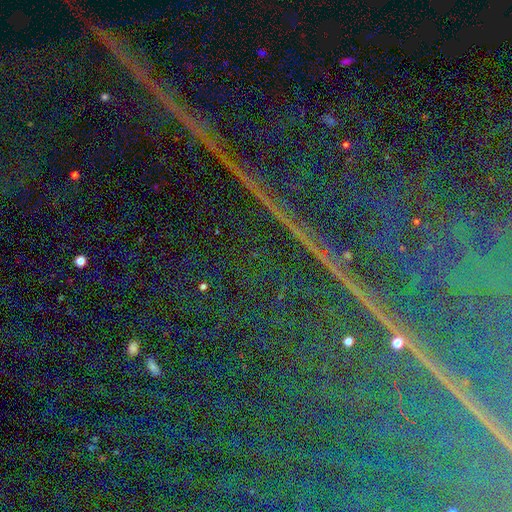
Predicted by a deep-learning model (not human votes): This is clearly a star or artifact rather than a galaxy (87%).